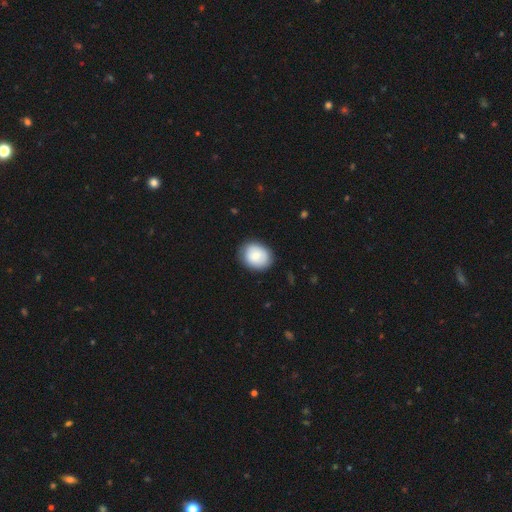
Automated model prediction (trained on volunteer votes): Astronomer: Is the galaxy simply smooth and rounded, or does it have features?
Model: smooth — 78%.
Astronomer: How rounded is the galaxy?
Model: round — 55% (runner-up: in between, 44%).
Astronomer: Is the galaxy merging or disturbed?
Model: none — 85%.